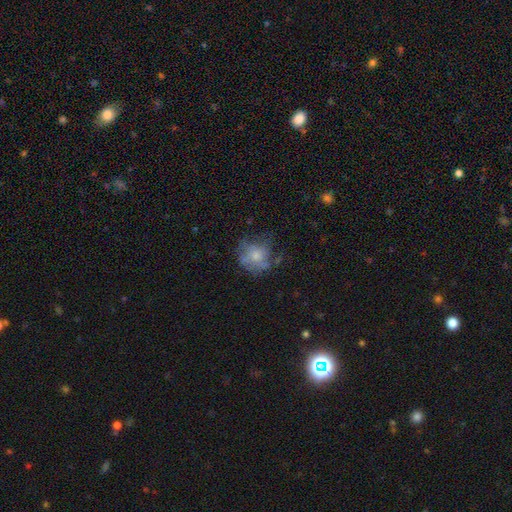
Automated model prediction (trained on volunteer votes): Q: Smooth or featured?
A: smooth (49%); runner-up: featured or disk (40%)
Q: Merging?
A: none (49%); runner-up: minor disturbance (24%)